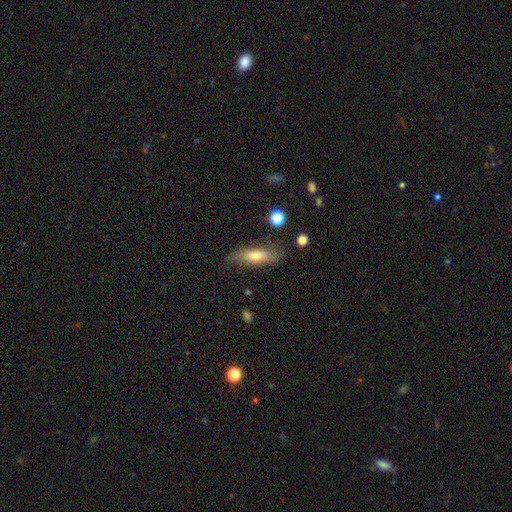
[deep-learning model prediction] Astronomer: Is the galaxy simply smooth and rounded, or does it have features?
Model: smooth — 60%.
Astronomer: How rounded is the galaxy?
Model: cigar-shaped — 50% (runner-up: in between, 47%).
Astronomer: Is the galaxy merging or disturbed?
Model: none — 75%.